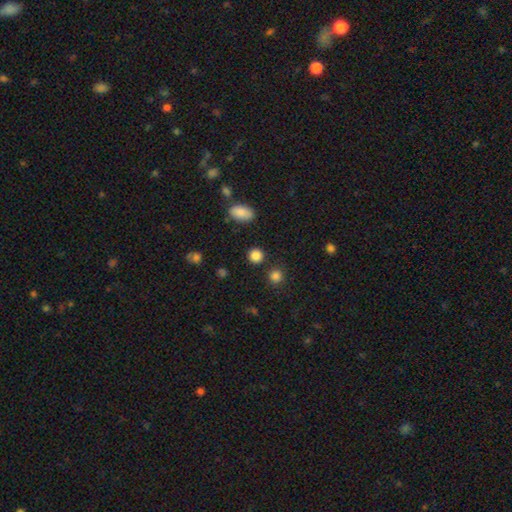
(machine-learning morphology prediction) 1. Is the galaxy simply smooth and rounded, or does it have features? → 85% smooth, 12% star or artifact, 4% featured or disk.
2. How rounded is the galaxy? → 90% round, 9% in between, 1% cigar-shaped.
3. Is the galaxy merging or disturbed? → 88% none, 6% minor disturbance, 3% merger, 3% major disturbance.